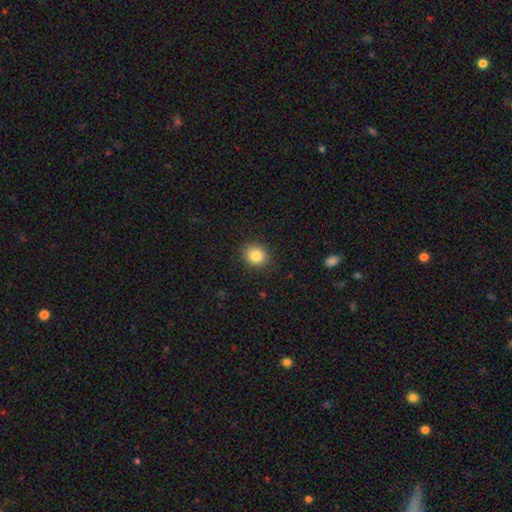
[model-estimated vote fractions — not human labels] Smooth or featured? smooth (84%)
How rounded? round (80%)
Merging? none (90%)